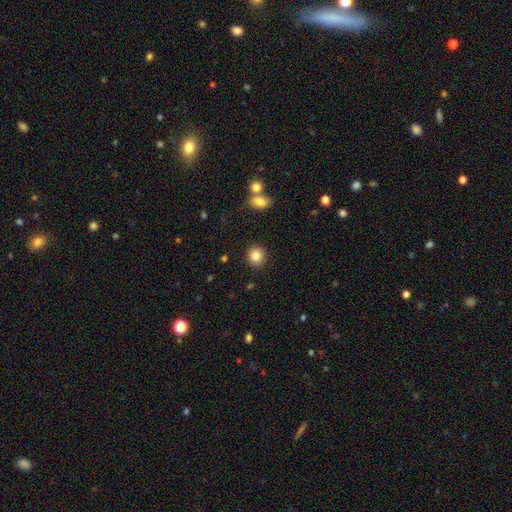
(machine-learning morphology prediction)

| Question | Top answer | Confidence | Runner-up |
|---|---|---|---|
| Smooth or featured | smooth | 85% | star or artifact (9%) |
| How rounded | round | 88% | in between (11%) |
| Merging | none | 90% | minor disturbance (6%) |